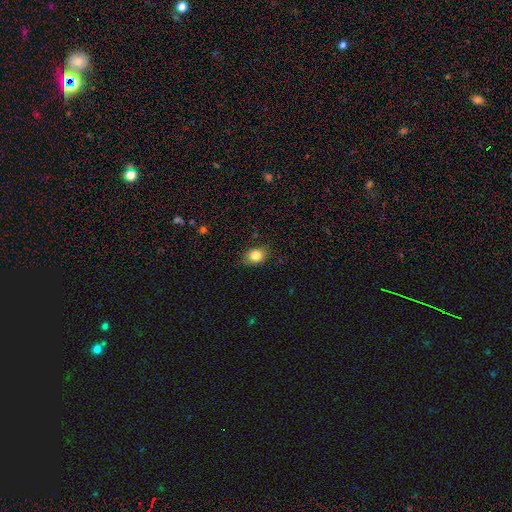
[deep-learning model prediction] The model was most divided on "how rounded": in between: 63%, round: 36%, cigar-shaped: 1%. More confident: smooth or featured — smooth (83%); merging — none (82%).